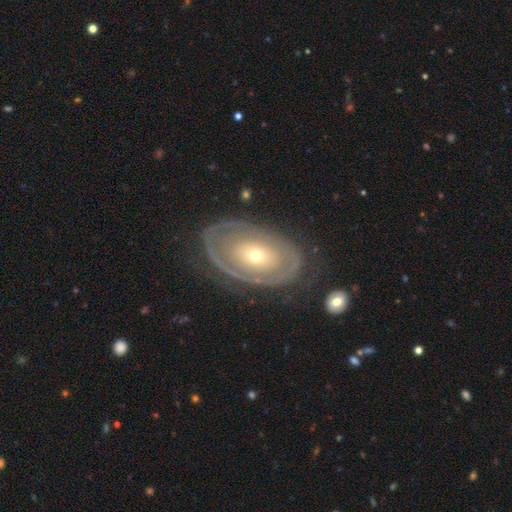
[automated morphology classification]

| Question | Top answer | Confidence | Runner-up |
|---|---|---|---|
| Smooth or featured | featured or disk | 69% | smooth (26%) |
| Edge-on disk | no | 92% | yes (8%) |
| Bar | no | 87% | weak (9%) |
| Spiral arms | no | 60% | yes (40%) |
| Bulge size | small | 59% | moderate (36%) |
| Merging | none | 74% | minor disturbance (15%) |